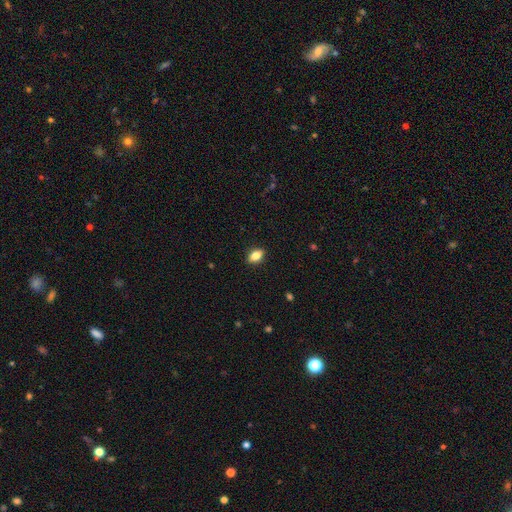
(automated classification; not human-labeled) Smooth or featured: smooth — 78% (featured or disk — 13%)
How rounded: in between — 84% (round — 11%)
Merging: none — 88% (minor disturbance — 9%)